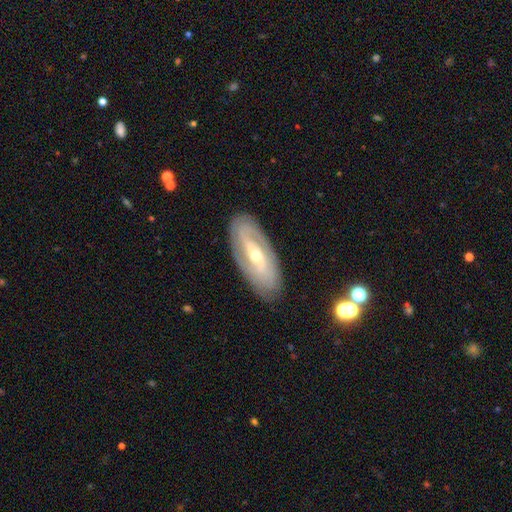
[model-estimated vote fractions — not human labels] Smooth or featured: featured or disk — 80% (smooth — 14%)
Edge-on disk: no — 90% (yes — 10%)
Bar: no — 35% (weak — 34%)
Spiral arms: yes — 84% (no — 16%)
Spiral winding: tight — 50% (medium — 35%)
Spiral arm count: 2 — 63% (can't tell — 24%)
Bulge size: small — 54% (moderate — 42%)
Merging: none — 84% (minor disturbance — 11%)